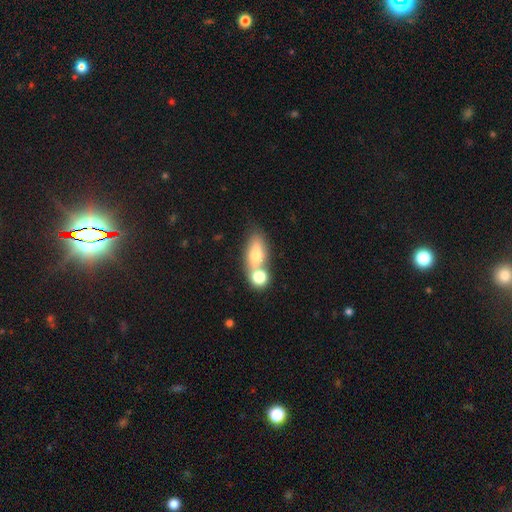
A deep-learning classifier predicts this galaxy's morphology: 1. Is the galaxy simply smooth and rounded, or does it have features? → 69% smooth, 23% featured or disk, 8% star or artifact.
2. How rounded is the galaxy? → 71% in between, 15% round, 14% cigar-shaped.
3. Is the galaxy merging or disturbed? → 51% merger, 34% none, 9% minor disturbance, 5% major disturbance.